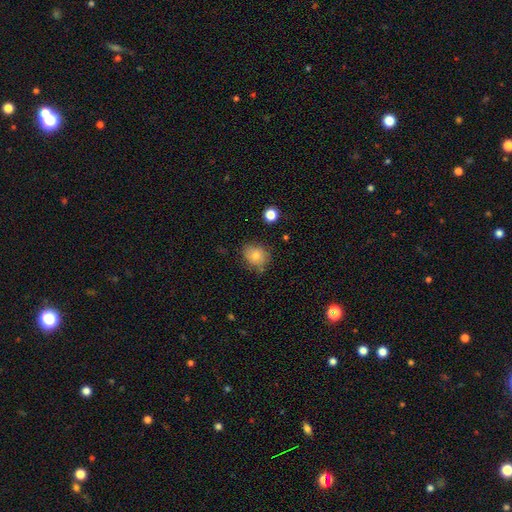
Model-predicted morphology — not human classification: This appears to be a smooth galaxy with no disk features (76%) that is round (70%). Merging: none (73%).